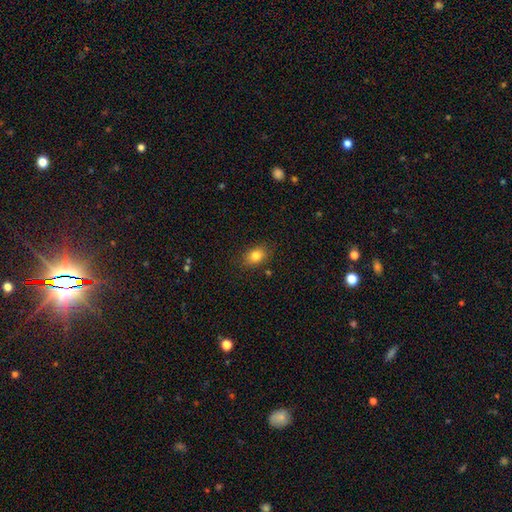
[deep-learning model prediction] A smooth galaxy with no disk features (82%) that is in between round and cigar-shaped (75%). Merging: none (84%).